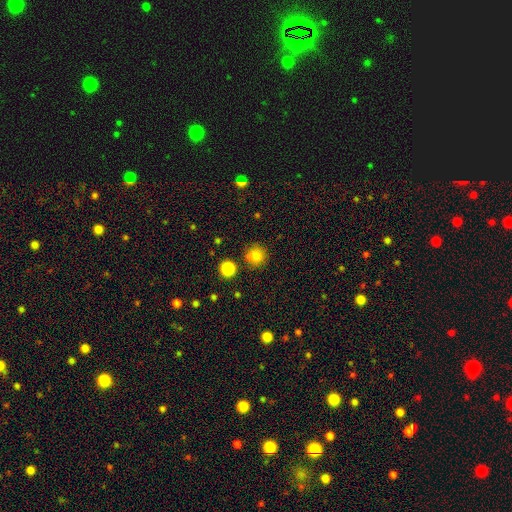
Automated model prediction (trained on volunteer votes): smooth-or-featured: smooth: 81% | star or artifact: 13% | featured or disk: 6%
  how-rounded: round: 92% | in between: 7% | cigar-shaped: 1%
  merging: none: 76% | minor disturbance: 11% | merger: 10% | major disturbance: 3%